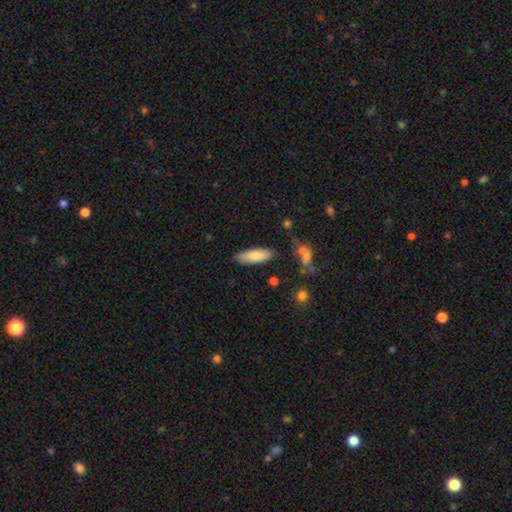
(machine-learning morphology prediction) Smooth or featured? smooth (79%)
How rounded? in between (60%)
Merging? none (82%)